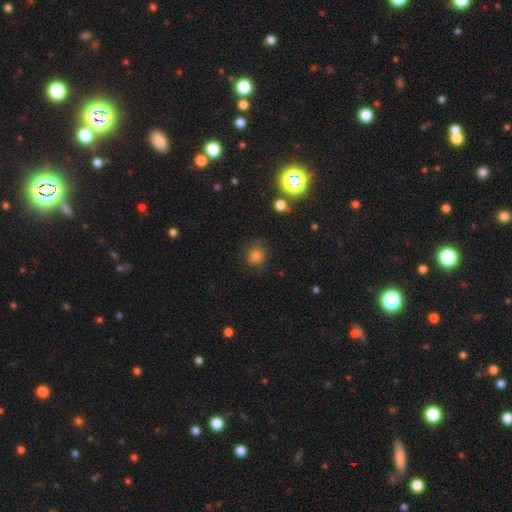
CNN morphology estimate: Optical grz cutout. It shows a smooth galaxy with no disk features (79%) that is round (88%). Merging: none (83%).